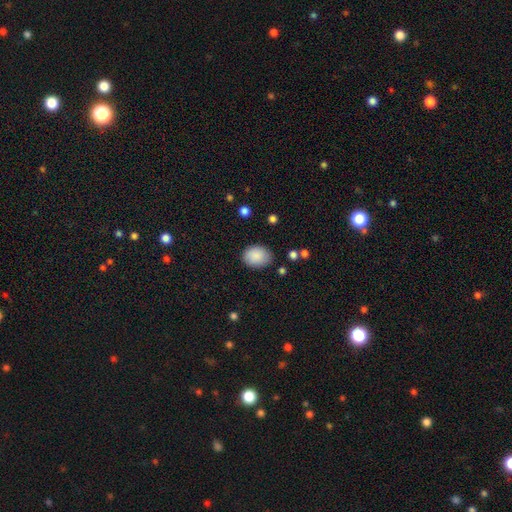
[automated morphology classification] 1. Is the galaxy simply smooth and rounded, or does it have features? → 89% smooth, 7% star or artifact, 4% featured or disk.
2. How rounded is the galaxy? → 69% in between, 31% round, 1% cigar-shaped.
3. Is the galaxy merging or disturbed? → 81% none, 14% minor disturbance, 3% major disturbance, 2% merger.